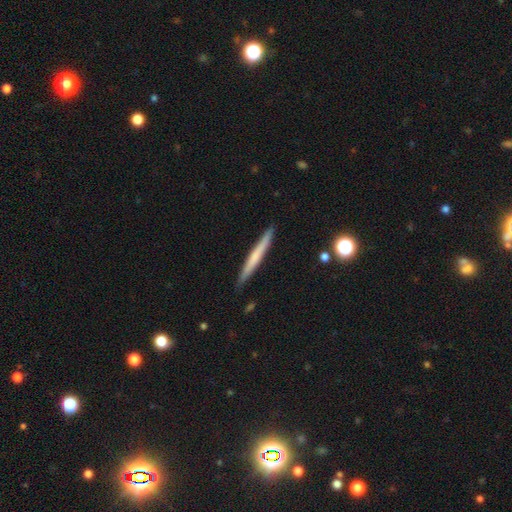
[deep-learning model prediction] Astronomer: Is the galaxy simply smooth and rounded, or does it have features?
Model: smooth — 53% (runner-up: featured or disk, 41%).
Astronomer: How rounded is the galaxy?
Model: cigar-shaped — 97%.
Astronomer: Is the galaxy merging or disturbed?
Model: none — 90%.